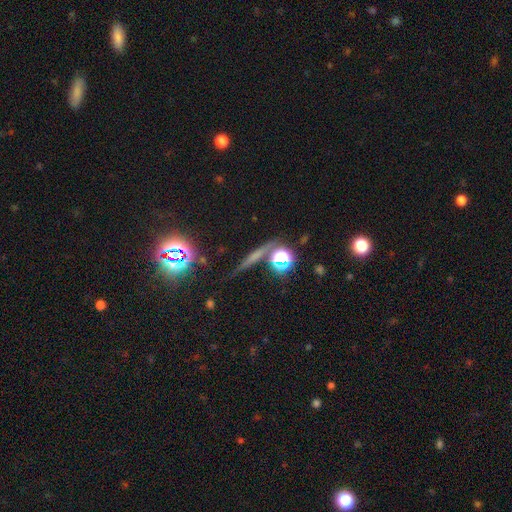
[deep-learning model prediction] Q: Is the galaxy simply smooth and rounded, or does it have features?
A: smooth — 37%.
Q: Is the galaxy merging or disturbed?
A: none — 78%.